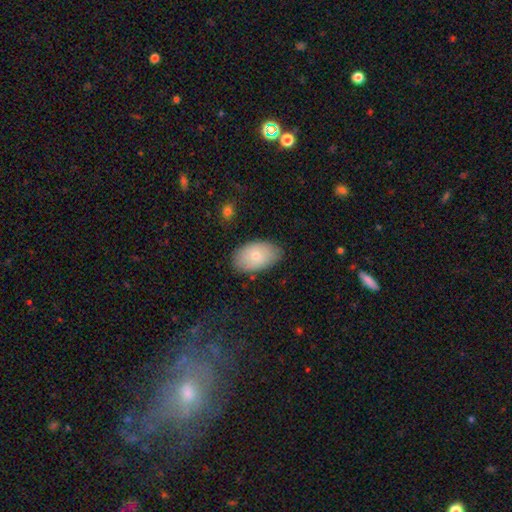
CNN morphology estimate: Q: Smooth or featured?
A: smooth (74%); runner-up: featured or disk (19%)
Q: How rounded?
A: in between (91%); runner-up: round (8%)
Q: Merging?
A: none (78%); runner-up: minor disturbance (17%)